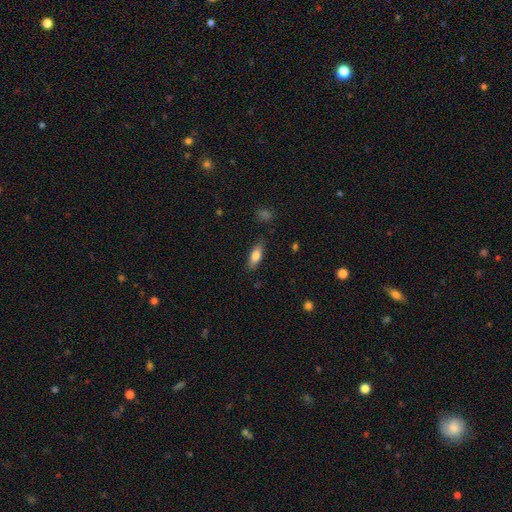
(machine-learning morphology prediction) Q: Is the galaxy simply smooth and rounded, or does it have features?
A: smooth — 80%.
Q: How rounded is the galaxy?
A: in between — 74%.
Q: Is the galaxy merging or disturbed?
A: none — 82%.